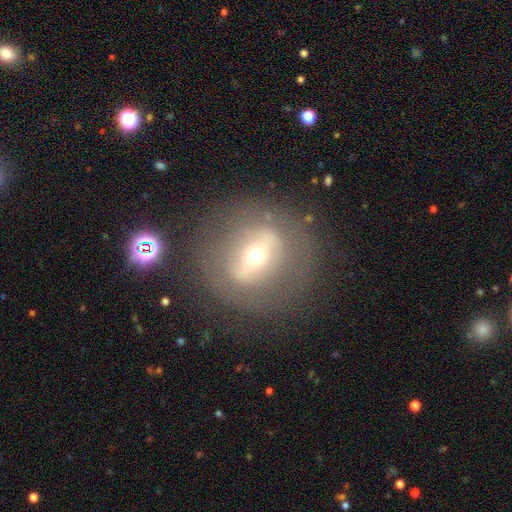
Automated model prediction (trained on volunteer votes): Q: Smooth or featured?
A: featured or disk (61%); runner-up: smooth (27%)
Q: Edge-on disk?
A: no (86%); runner-up: yes (14%)
Q: Bar?
A: strong (50%); runner-up: weak (27%)
Q: Spiral arms?
A: no (79%); runner-up: yes (21%)
Q: Bulge size?
A: small (52%); runner-up: moderate (43%)
Q: Merging?
A: none (78%); runner-up: minor disturbance (11%)